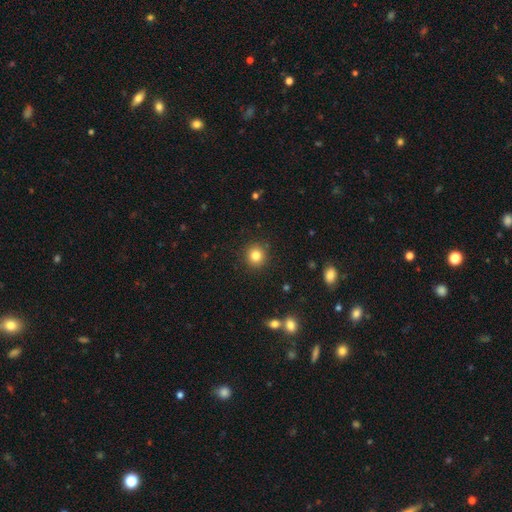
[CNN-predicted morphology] Smooth or featured: smooth — 82% (star or artifact — 12%)
How rounded: round — 91% (in between — 8%)
Merging: none — 91% (minor disturbance — 6%)